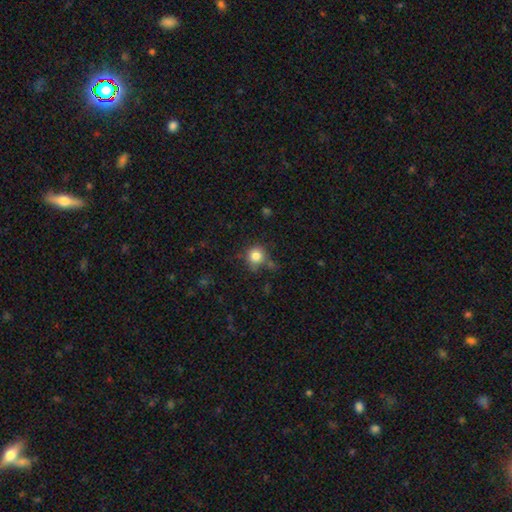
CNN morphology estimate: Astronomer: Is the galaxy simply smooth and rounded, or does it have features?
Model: smooth — 82%.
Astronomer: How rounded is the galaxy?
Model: round — 91%.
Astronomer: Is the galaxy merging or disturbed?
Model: none — 72%.